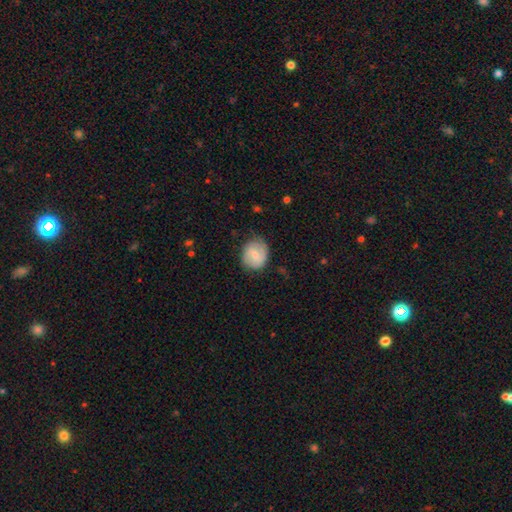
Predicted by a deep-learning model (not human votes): smooth 53%, featured or disk 41%, star or artifact 6%. Down the decision tree: how rounded — round (69%); merging — none (70%).